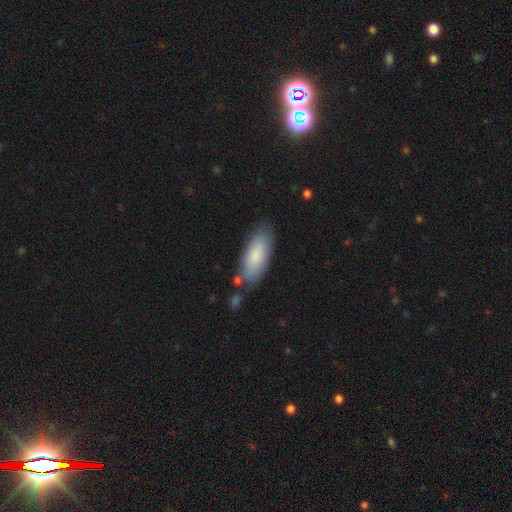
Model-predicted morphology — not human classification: Overall: smooth (83%). How rounded: in between (78%). Merging: none (73%).